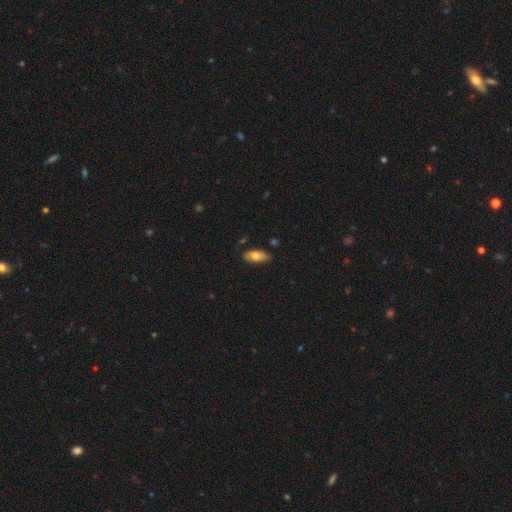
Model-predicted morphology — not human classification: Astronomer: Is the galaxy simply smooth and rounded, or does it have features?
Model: smooth — 75%.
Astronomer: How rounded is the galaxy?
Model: in between — 86%.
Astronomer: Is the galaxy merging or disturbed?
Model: none — 83%.